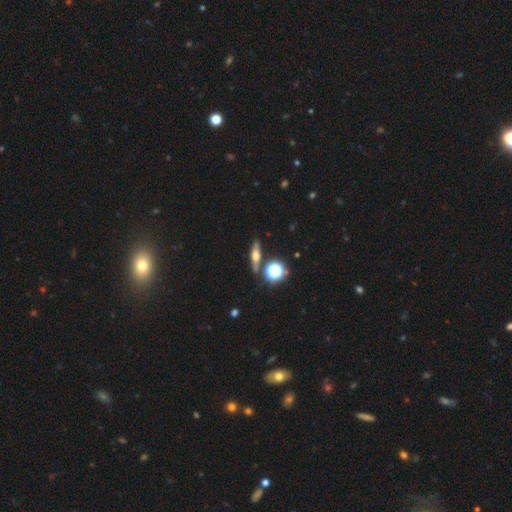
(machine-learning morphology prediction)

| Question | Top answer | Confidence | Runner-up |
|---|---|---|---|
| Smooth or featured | featured or disk | 52% | smooth (34%) |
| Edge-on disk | yes | 89% | no (11%) |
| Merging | none | 83% | minor disturbance (9%) |